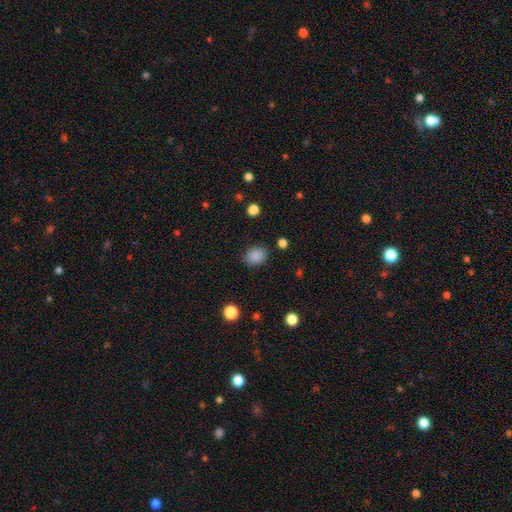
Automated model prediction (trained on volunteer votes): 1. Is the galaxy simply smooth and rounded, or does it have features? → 86% smooth, 10% star or artifact, 3% featured or disk.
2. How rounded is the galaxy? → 53% round, 46% in between, 1% cigar-shaped.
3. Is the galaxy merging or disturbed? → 85% none, 10% minor disturbance, 3% major disturbance, 2% merger.